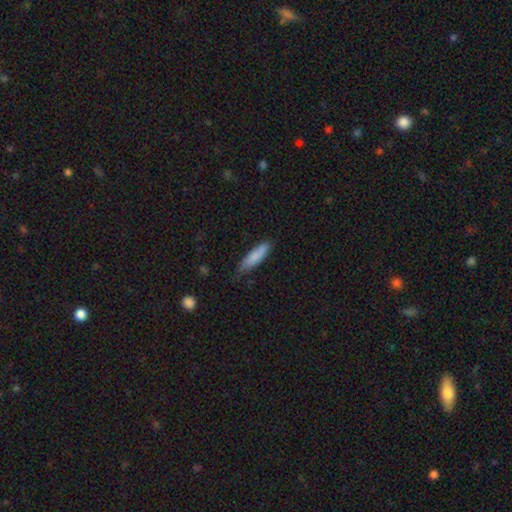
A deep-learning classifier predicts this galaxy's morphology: A smooth galaxy with no disk features (84%) that is cigar-shaped (70%). Merging: none (69%).